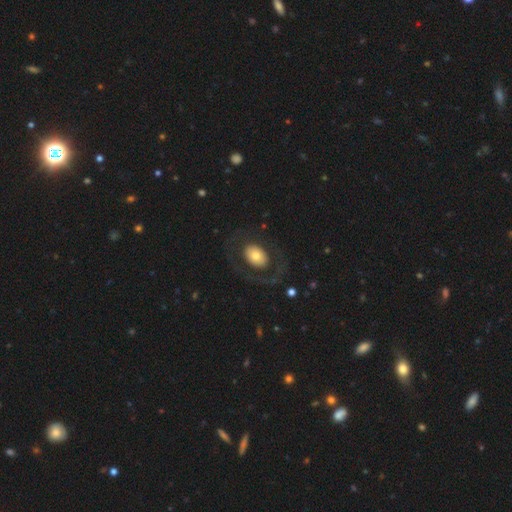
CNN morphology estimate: smooth-or-featured: smooth: 58% | featured or disk: 35% | star or artifact: 6%
  how-rounded: in between: 79% | round: 20% | cigar-shaped: 1%
  merging: none: 70% | major disturbance: 17% | minor disturbance: 12% | merger: 2%